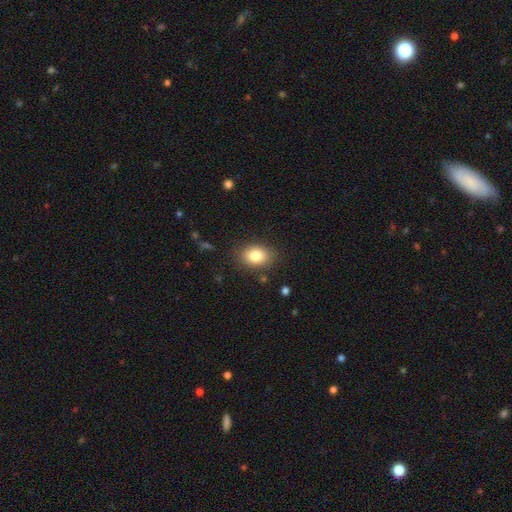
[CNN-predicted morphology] Smooth or featured? smooth (83%)
How rounded? in between (73%)
Merging? none (85%)